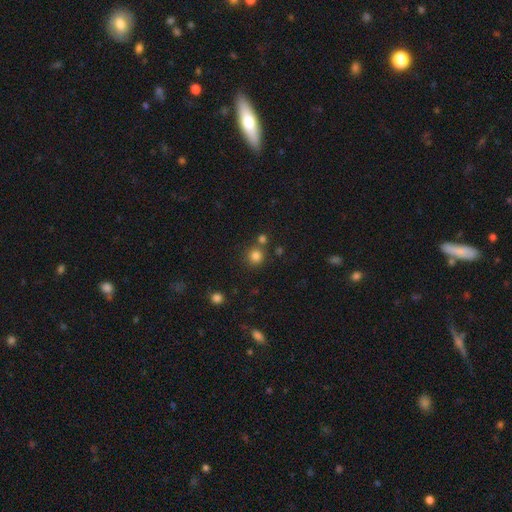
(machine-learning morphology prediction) Overall: smooth (81%). How rounded: round (91%). Merging: none (75%).